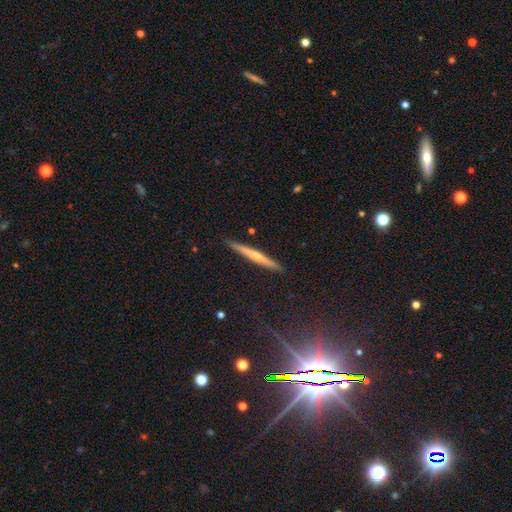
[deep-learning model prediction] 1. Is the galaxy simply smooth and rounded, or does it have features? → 53% featured or disk, 39% smooth, 8% star or artifact.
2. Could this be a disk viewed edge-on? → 97% yes, 3% no.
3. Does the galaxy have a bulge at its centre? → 49% rounded, 44% none, 6% boxy.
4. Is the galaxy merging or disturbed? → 90% none, 7% minor disturbance, 1% major disturbance, 1% merger.